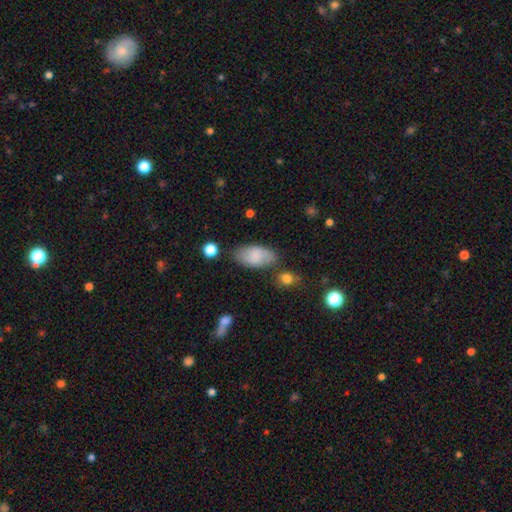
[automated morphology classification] This appears to be a smooth galaxy with no disk features (81%) that is in between round and cigar-shaped (94%). Merging: none (75%).